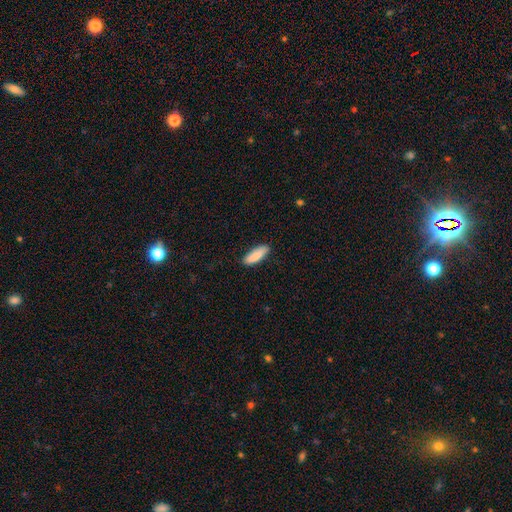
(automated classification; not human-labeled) This appears to be a smooth galaxy with no disk features (88%) that is in between round and cigar-shaped (54%). Merging: none (86%).